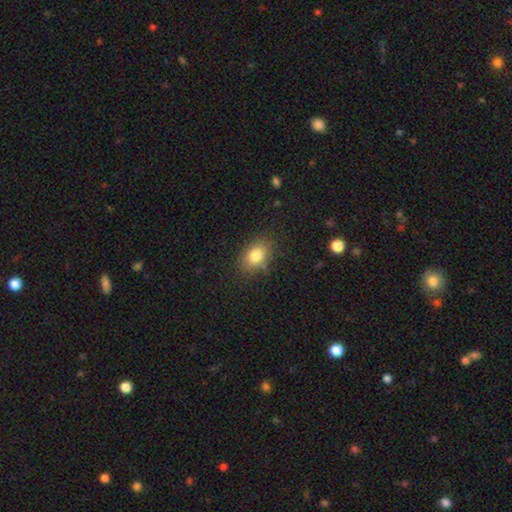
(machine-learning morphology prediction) A smooth galaxy with no disk features (81%) that is in between round and cigar-shaped (75%).

Vote fractions:
- Smooth or featured? smooth: 81% / star or artifact: 10% / featured or disk: 9%
- How rounded? in between: 75% / round: 24% / cigar-shaped: 1%
- Merging? none: 81% / minor disturbance: 14% / major disturbance: 4% / merger: 2%